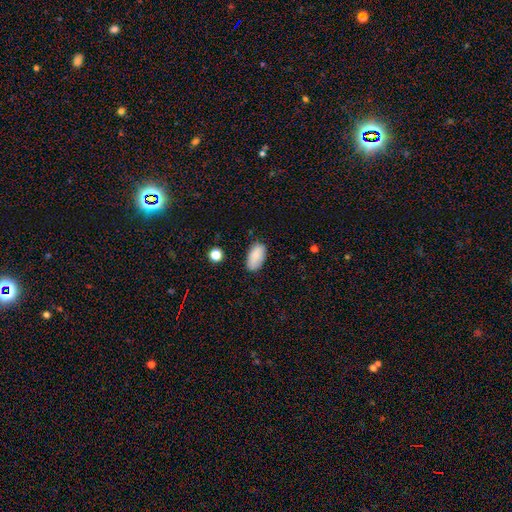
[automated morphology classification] smooth-or-featured: smooth: 86% | star or artifact: 8% | featured or disk: 6%
  how-rounded: in between: 94% | cigar-shaped: 3% | round: 3%
  merging: none: 78% | minor disturbance: 17% | major disturbance: 3% | merger: 2%